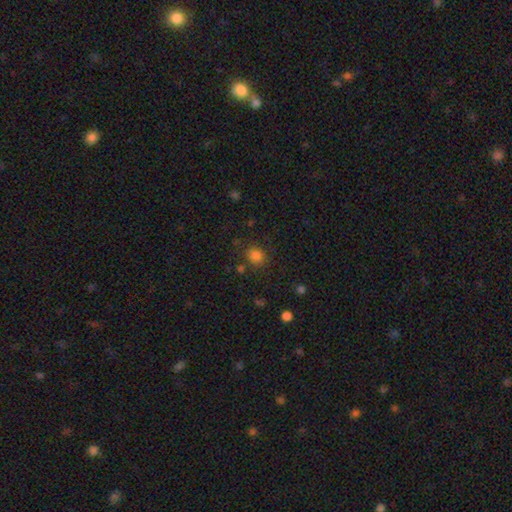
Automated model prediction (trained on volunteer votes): Smooth or featured: smooth — 81% (star or artifact — 14%)
How rounded: round — 81% (in between — 19%)
Merging: none — 82% (minor disturbance — 10%)